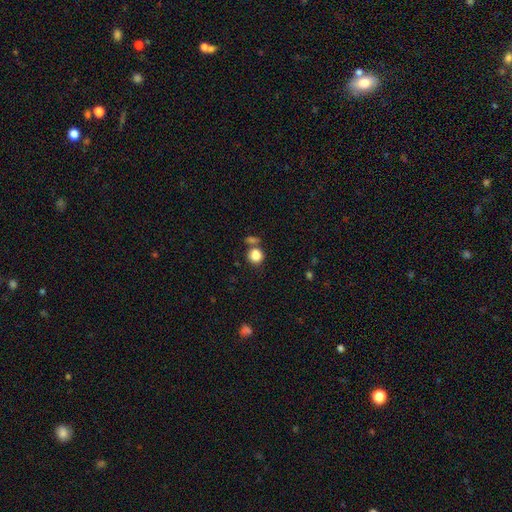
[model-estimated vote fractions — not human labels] Smooth or featured?
  - smooth: 85% *
  - star or artifact: 10%
  - featured or disk: 5%
How rounded?
  - round: 82% *
  - in between: 17%
  - cigar-shaped: 1%
Merging?
  - none: 60% *
  - merger: 24%
  - minor disturbance: 11%
  - major disturbance: 5%